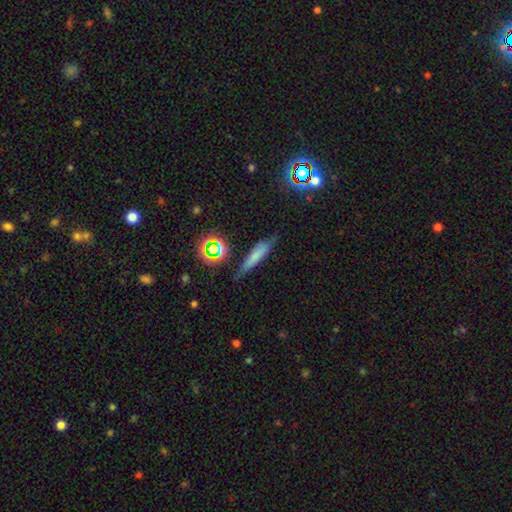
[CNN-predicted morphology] Smooth or featured? Predicted: smooth (p=0.64). How rounded? Predicted: cigar-shaped (p=0.80). Merging? Predicted: none (p=0.68).